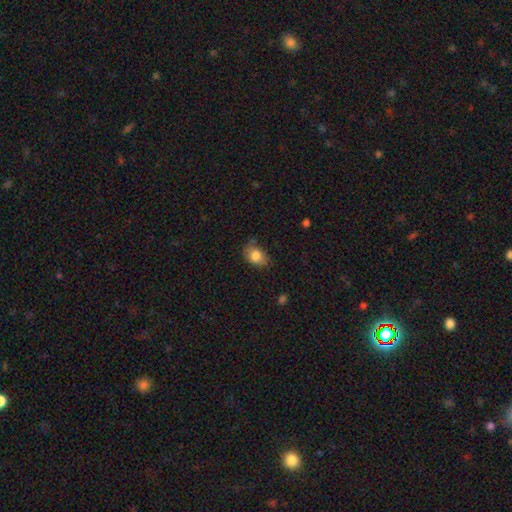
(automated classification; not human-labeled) A smooth galaxy with no disk features (81%) that is in between round and cigar-shaped (68%). Merging: none (56%).